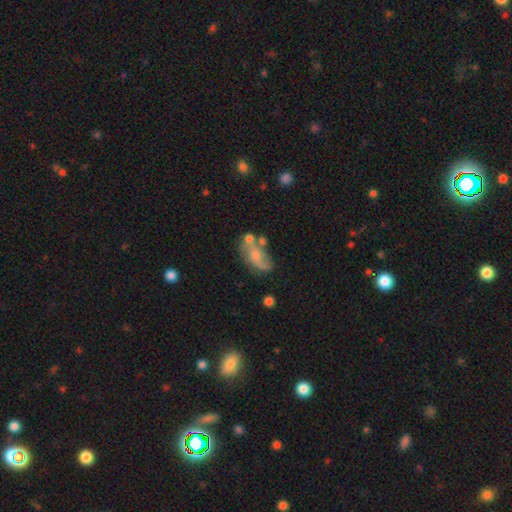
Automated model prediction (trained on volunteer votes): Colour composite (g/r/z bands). It shows a featured or disk galaxy (56%) with no bar (63%), spiral arms (70%) and a moderate central bulge (42%, tied with small). Merging: none (40%).